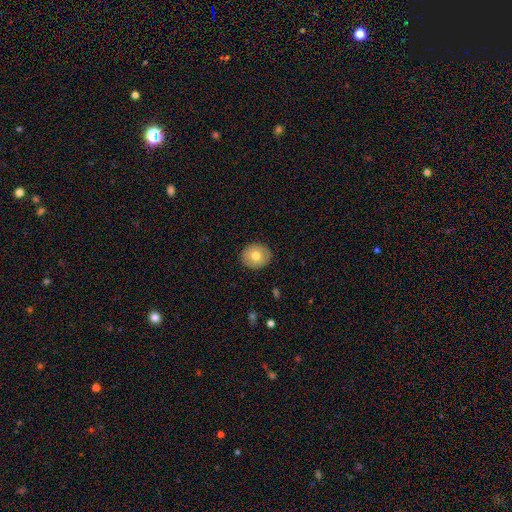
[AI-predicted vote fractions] This appears to be a smooth galaxy with no disk features (72%) that is round (80%). Merging: none (90%).